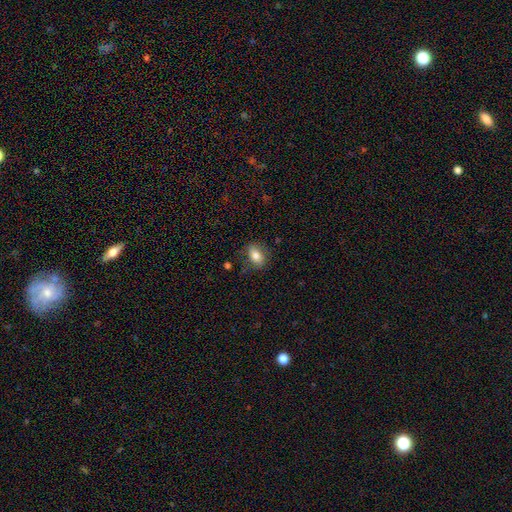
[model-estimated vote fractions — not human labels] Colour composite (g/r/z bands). It shows a smooth galaxy with no disk features (78%) that is in between round and cigar-shaped (81%). Merging: none (78%).